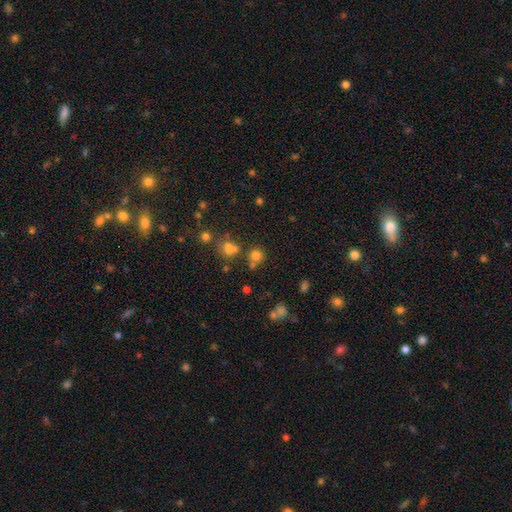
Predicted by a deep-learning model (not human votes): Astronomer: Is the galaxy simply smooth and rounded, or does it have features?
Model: smooth — 71%.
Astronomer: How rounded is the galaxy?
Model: round — 87%.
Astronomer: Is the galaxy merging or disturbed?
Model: none — 63%.